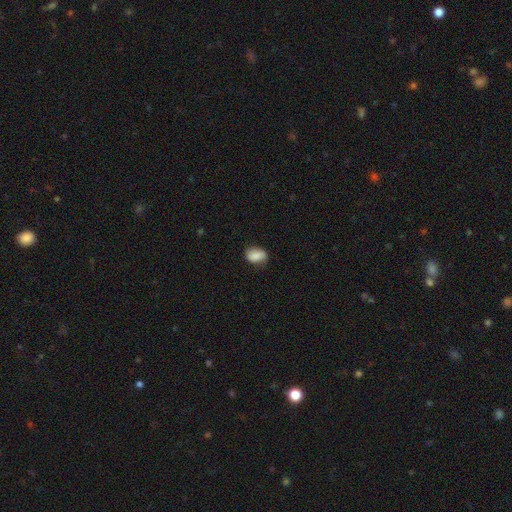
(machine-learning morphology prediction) Smooth or featured: smooth — 75% (featured or disk — 16%)
How rounded: in between — 80% (round — 18%)
Merging: none — 71% (minor disturbance — 22%)